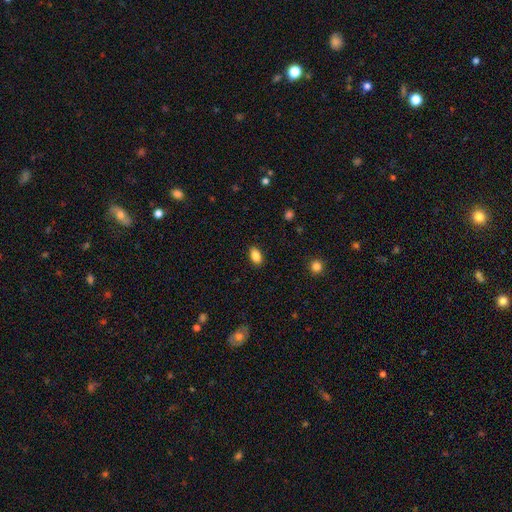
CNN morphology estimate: Smooth or featured? smooth (87%)
How rounded? in between (89%)
Merging? none (88%)